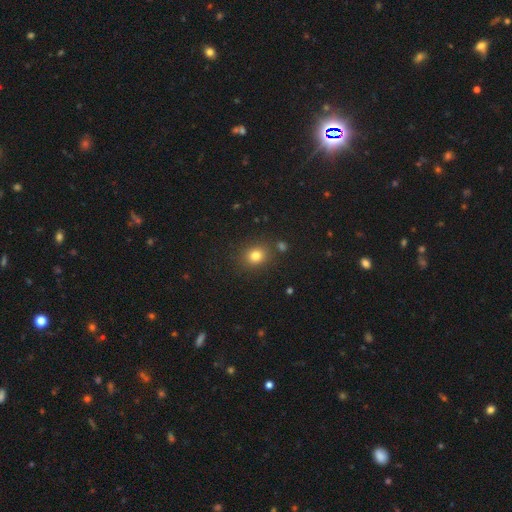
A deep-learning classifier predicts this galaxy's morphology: Smooth or featured: smooth — 79% (star or artifact — 14%)
How rounded: round — 72% (in between — 27%)
Merging: none — 84% (minor disturbance — 9%)